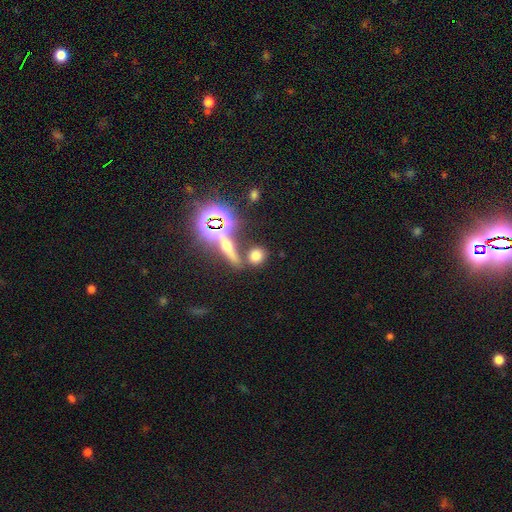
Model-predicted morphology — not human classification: Smooth or featured?
  - smooth: 63% *
  - star or artifact: 24%
  - featured or disk: 13%
How rounded?
  - round: 68% *
  - in between: 25%
  - cigar-shaped: 7%
Merging?
  - none: 71% *
  - merger: 16%
  - minor disturbance: 9%
  - major disturbance: 4%